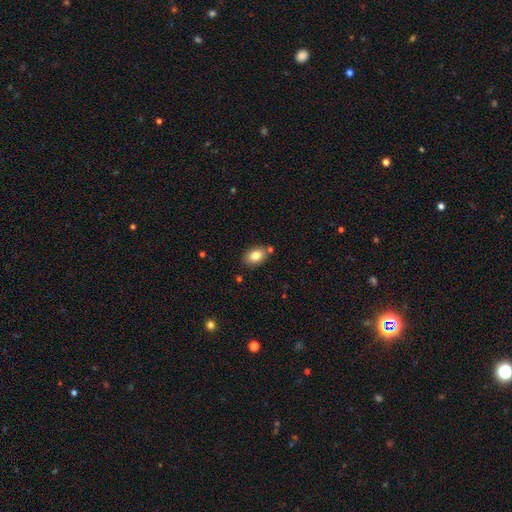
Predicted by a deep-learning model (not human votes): smooth_or_featured: smooth (p=0.82) [alt: featured or disk p=0.09]
how_rounded: in between (p=0.81) [alt: round p=0.17]
merging: none (p=0.80) [alt: minor disturbance p=0.11]